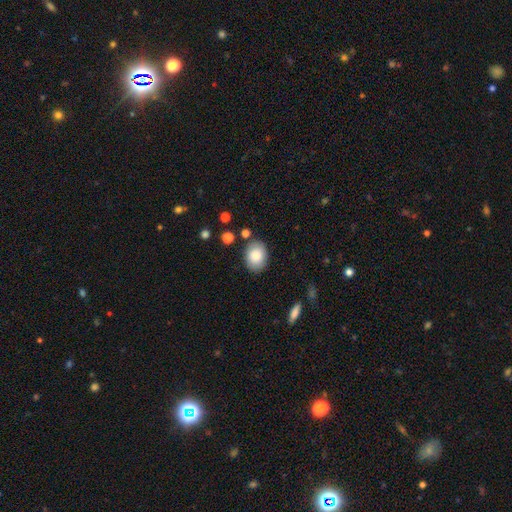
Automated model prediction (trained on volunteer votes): This appears to be a smooth galaxy with no disk features (84%) that is in between round and cigar-shaped (62%). Merging: none (83%).